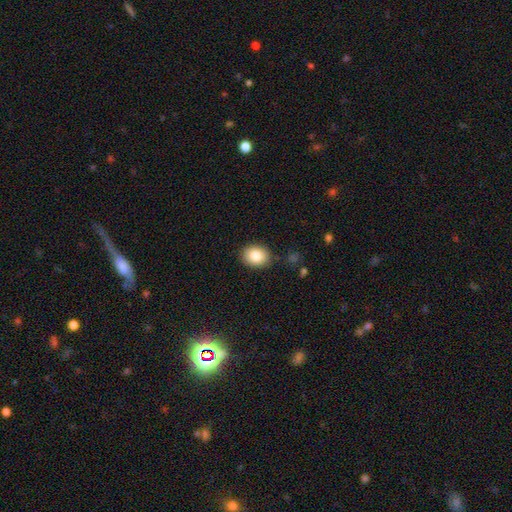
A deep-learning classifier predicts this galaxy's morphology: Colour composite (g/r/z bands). It shows a smooth galaxy with no disk features (84%) that is in between round and cigar-shaped (52%). Merging: none (86%).